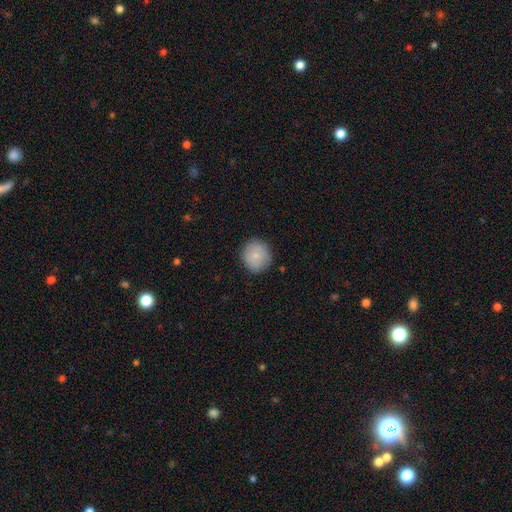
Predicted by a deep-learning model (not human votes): Smooth or featured? Predicted: smooth (p=0.79). How rounded? Predicted: round (p=0.91). Merging? Predicted: none (p=0.86).